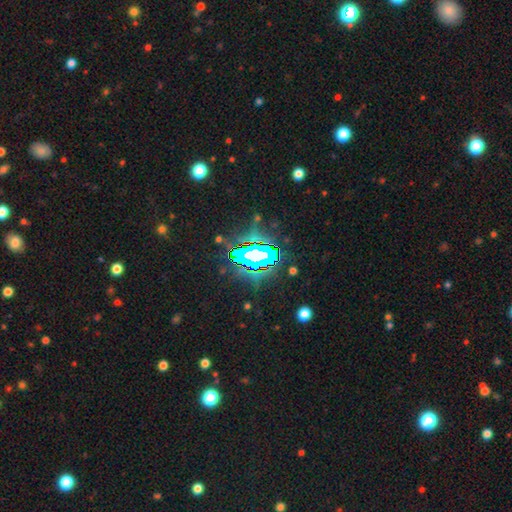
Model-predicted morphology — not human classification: Overall: star or artifact (72%).